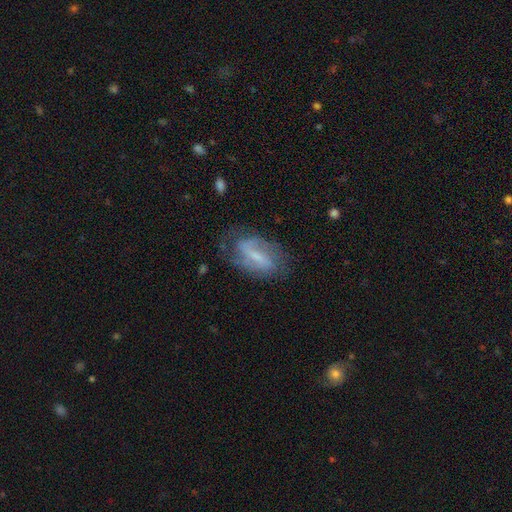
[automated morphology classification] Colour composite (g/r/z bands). It shows a featured or disk galaxy (72%) with a weak bar (46%), 2 (73%) medium (44%) spiral arms (86%) and a small central bulge (53%). Merging: none (64%).